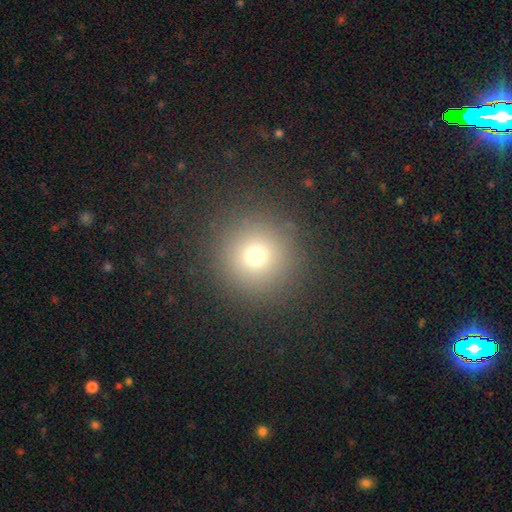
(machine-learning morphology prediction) A smooth galaxy with no disk features (72%) that is round (95%). Merging: none (90%).